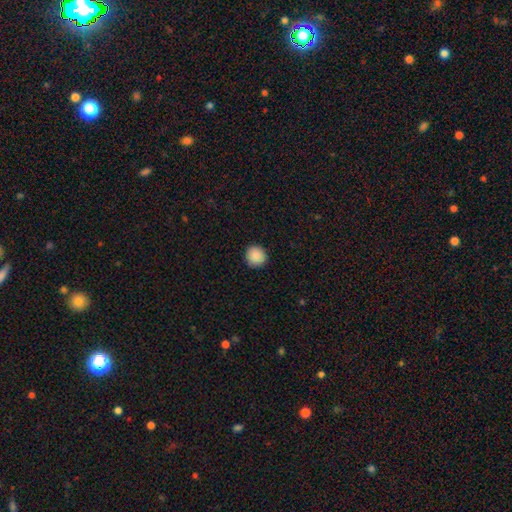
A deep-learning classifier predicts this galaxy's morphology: smooth_or_featured: smooth (p=0.89) [alt: star or artifact p=0.08]
how_rounded: round (p=0.92) [alt: in between p=0.07]
merging: none (p=0.92) [alt: minor disturbance p=0.06]